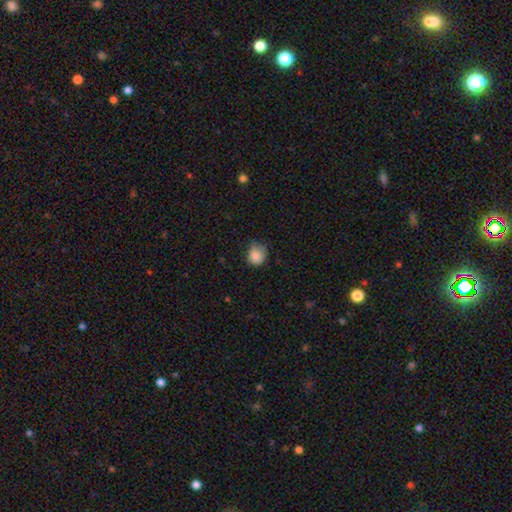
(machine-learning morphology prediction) Smooth or featured? smooth (86%)
How rounded? round (71%)
Merging? none (55%)